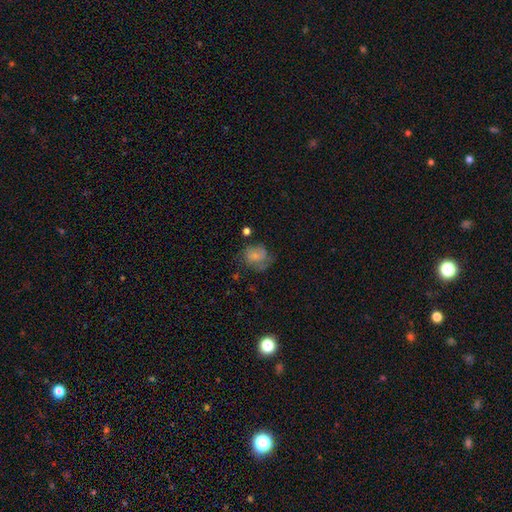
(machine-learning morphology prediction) Q: Smooth or featured?
A: smooth (61%); runner-up: featured or disk (30%)
Q: How rounded?
A: round (60%); runner-up: in between (39%)
Q: Merging?
A: none (44%); runner-up: minor disturbance (29%)